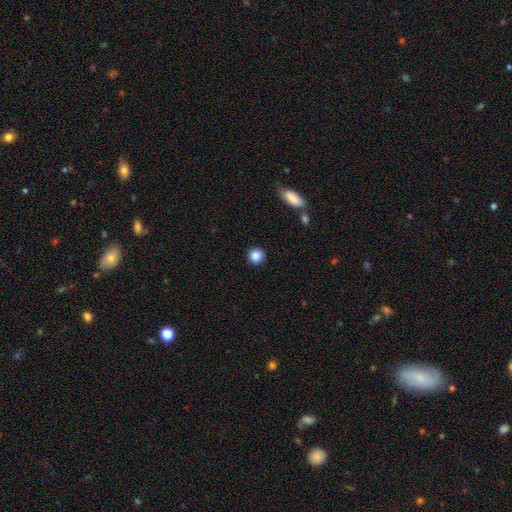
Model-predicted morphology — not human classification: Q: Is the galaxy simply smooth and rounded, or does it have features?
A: smooth — 87%.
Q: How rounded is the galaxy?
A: round — 93%.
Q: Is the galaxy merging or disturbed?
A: none — 90%.